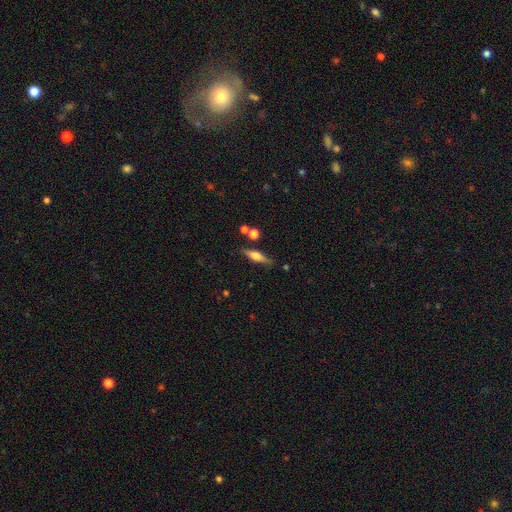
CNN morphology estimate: This appears to be a featured or disk galaxy (57%) viewed edge-on (95%) with a rounded central bulge (86%). Merging: none (80%).